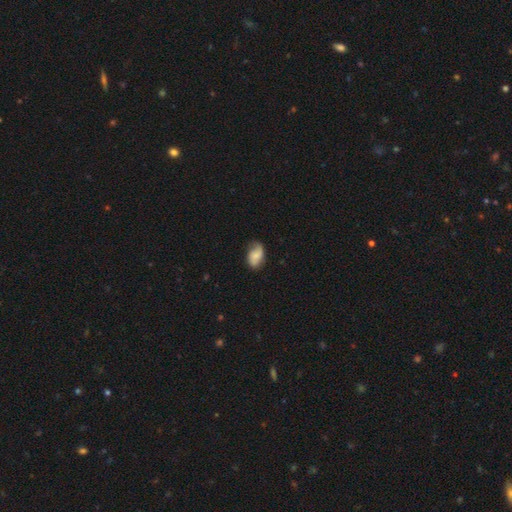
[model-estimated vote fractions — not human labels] This is possibly a smooth galaxy (59%). How rounded: clearly in between (90%). Merging: likely none (66%).